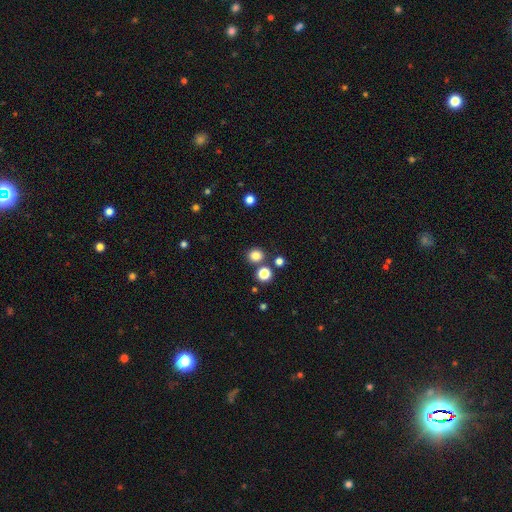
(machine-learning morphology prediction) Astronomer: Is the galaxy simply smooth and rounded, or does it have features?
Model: smooth — 82%.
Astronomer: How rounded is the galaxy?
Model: round — 86%.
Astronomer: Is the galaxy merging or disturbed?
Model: none — 79%.